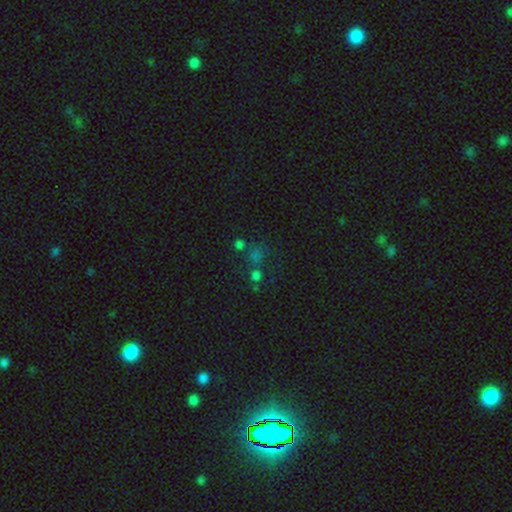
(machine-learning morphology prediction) This is possibly a star or artifact rather than a galaxy (48%).